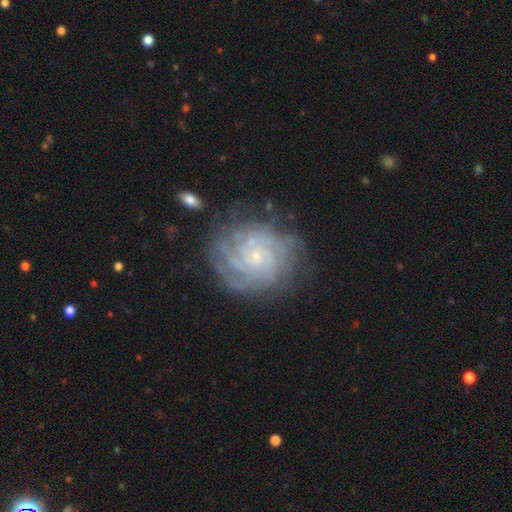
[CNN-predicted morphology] Smooth or featured: featured or disk — 84% (smooth — 8%)
Edge-on disk: no — 98% (yes — 2%)
Bar: no — 77% (weak — 19%)
Spiral arms: yes — 96% (no — 4%)
Spiral winding: tight — 74% (medium — 21%)
Spiral arm count: can't tell — 28% (4 — 24%)
Bulge size: small — 83% (moderate — 10%)
Merging: none — 75% (minor disturbance — 15%)